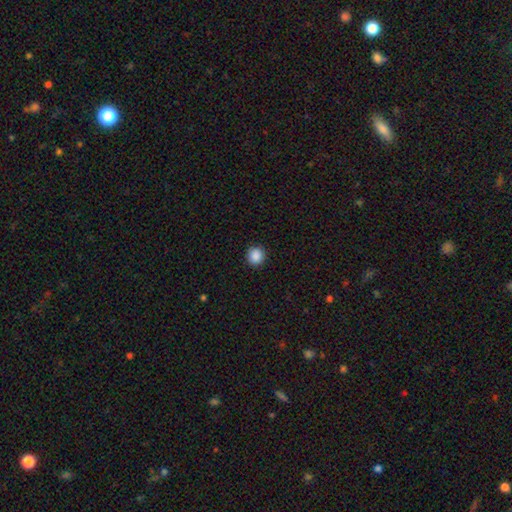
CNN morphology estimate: Smooth or featured? smooth (88%)
How rounded? round (92%)
Merging? none (92%)